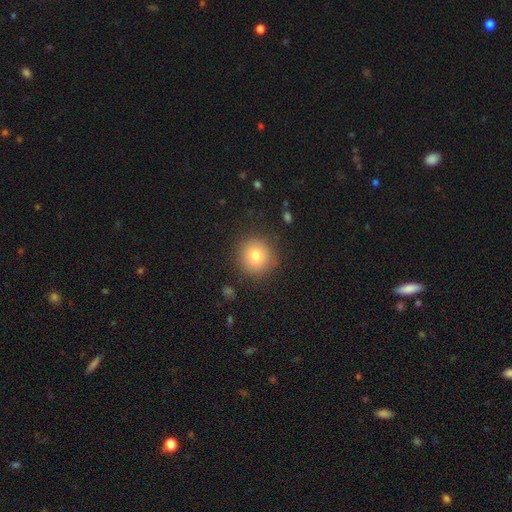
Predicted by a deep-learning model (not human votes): smooth 79%, star or artifact 11%, featured or disk 10%. Down the decision tree: how rounded — round (93%); merging — none (88%).